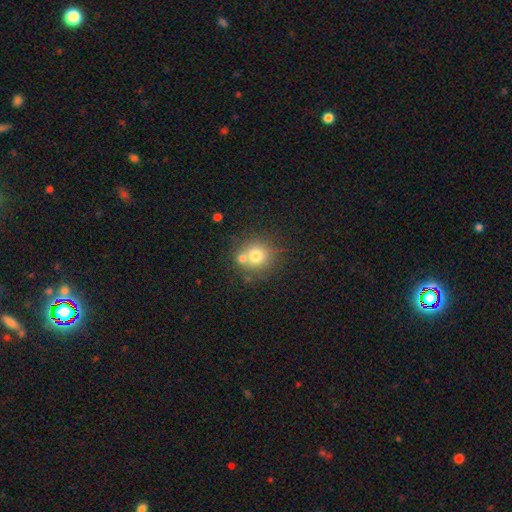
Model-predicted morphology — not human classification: Overall: smooth (72%). How rounded: round (89%). Merging: none (57%; merger 30%).